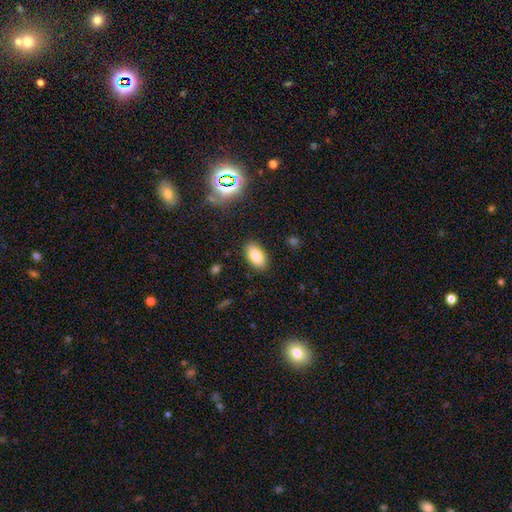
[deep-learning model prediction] This appears to be a smooth galaxy with no disk features (83%) that is in between round and cigar-shaped (92%). Merging: none (86%).